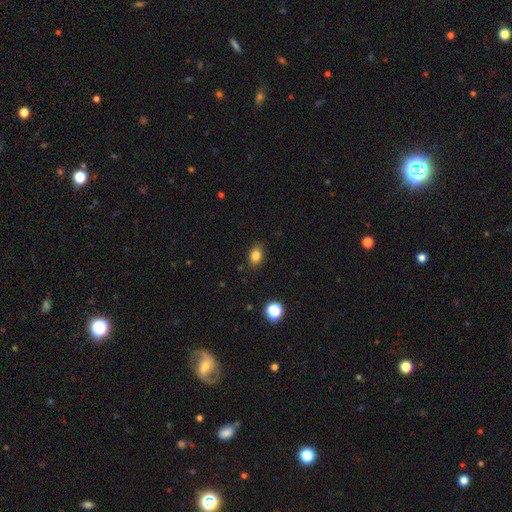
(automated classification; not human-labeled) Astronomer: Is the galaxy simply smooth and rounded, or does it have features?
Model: smooth — 83%.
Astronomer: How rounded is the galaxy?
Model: in between — 78%.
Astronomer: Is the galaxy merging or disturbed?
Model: none — 86%.